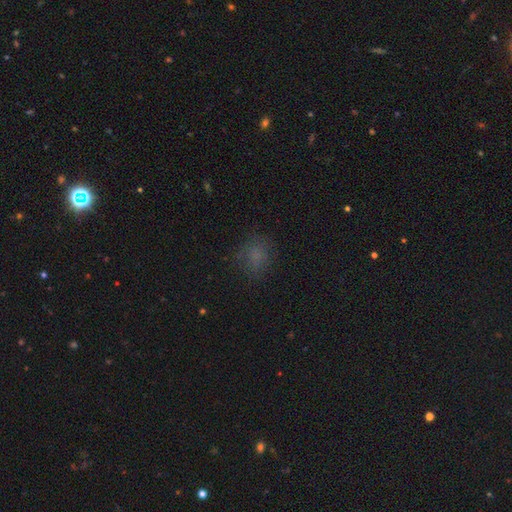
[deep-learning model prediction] Smooth or featured: smooth — 69% (star or artifact — 20%)
How rounded: round — 62% (in between — 37%)
Merging: none — 72% (minor disturbance — 17%)